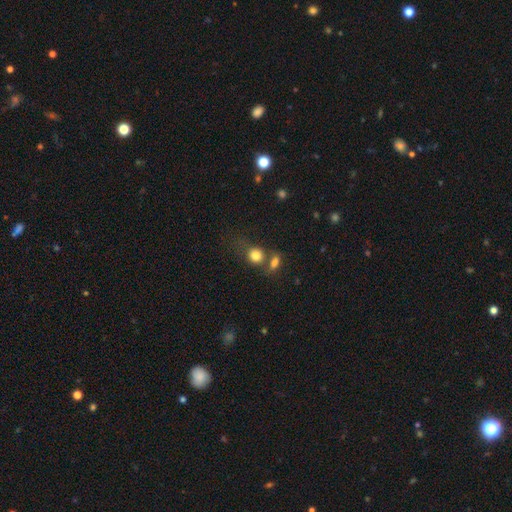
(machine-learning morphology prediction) Smooth or featured: smooth — 82% (star or artifact — 11%)
How rounded: round — 65% (in between — 33%)
Merging: none — 44% (merger — 36%)